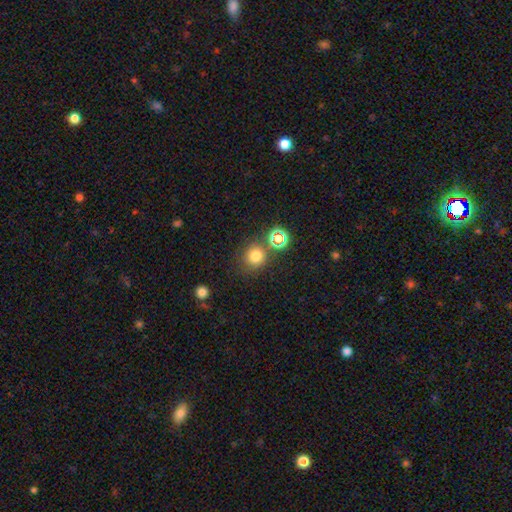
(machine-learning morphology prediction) Smooth or featured: smooth — 75% (star or artifact — 18%)
How rounded: round — 89% (in between — 10%)
Merging: none — 74% (merger — 12%)